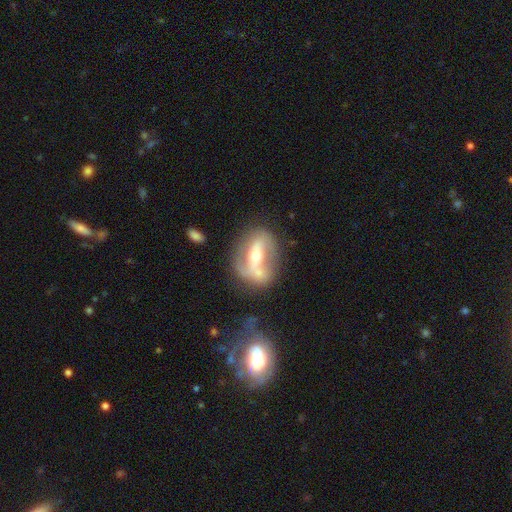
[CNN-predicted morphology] Q: Smooth or featured?
A: featured or disk (71%); runner-up: smooth (19%)
Q: Edge-on disk?
A: no (88%); runner-up: yes (12%)
Q: Bar?
A: strong (51%); runner-up: weak (28%)
Q: Spiral arms?
A: yes (55%); runner-up: no (45%)
Q: Bulge size?
A: moderate (61%); runner-up: small (32%)
Q: Merging?
A: none (53%); runner-up: merger (21%)